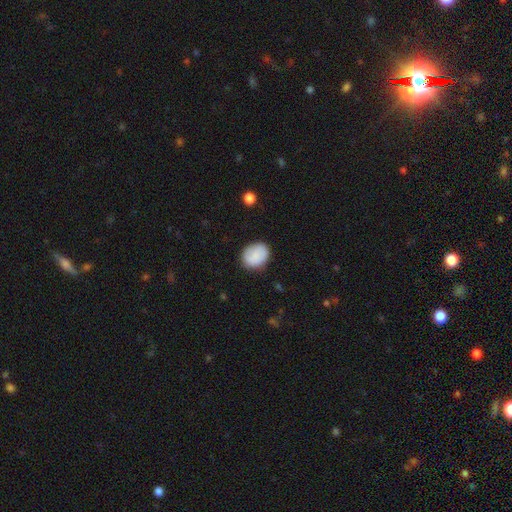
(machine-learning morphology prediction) Overall: smooth (83%). How rounded: in between (50%; round 49%). Merging: none (80%).